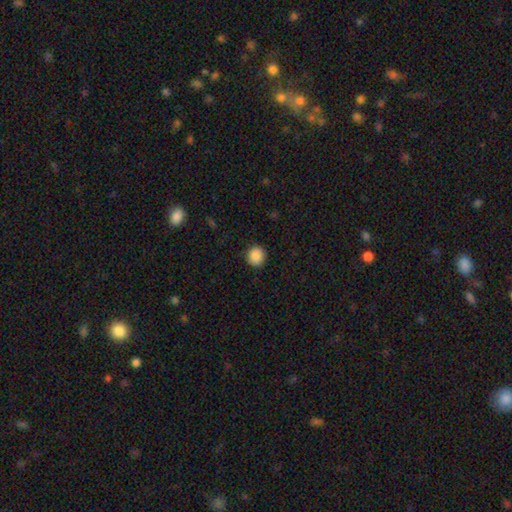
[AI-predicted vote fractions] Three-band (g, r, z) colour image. It shows a smooth galaxy with no disk features (88%) that is round (89%). Merging: none (90%).